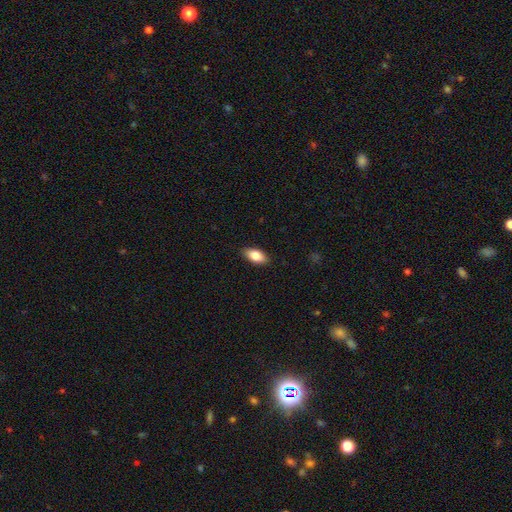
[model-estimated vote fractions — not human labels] This appears to be a smooth galaxy with no disk features (82%) that is in between round and cigar-shaped (91%). Merging: none (89%).